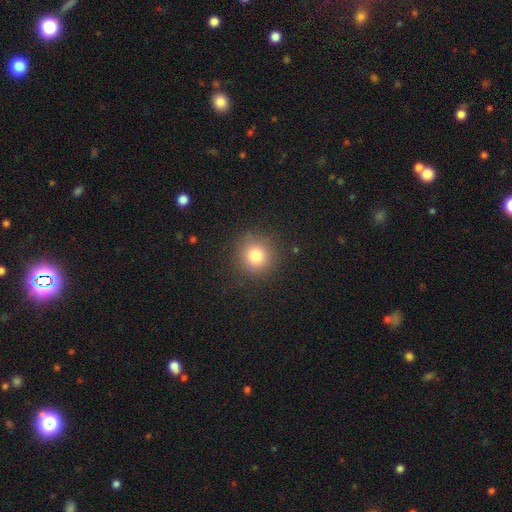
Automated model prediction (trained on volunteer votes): This appears to be a smooth galaxy with no disk features (79%) that is round (92%). Merging: none (88%).